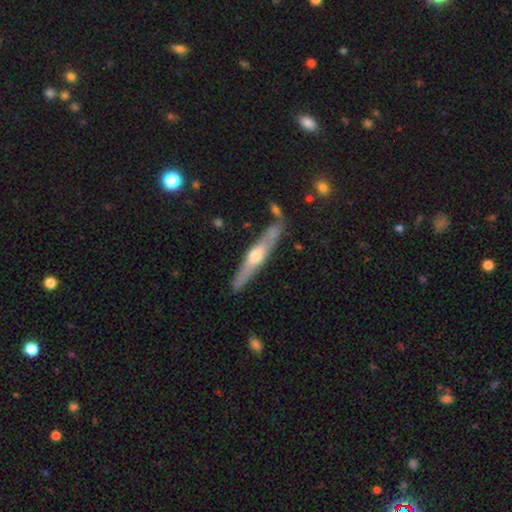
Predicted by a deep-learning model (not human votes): Smooth or featured? featured or disk (61%)
Edge-on disk? yes (92%)
Edge-on bulge? rounded (85%)
Merging? none (80%)